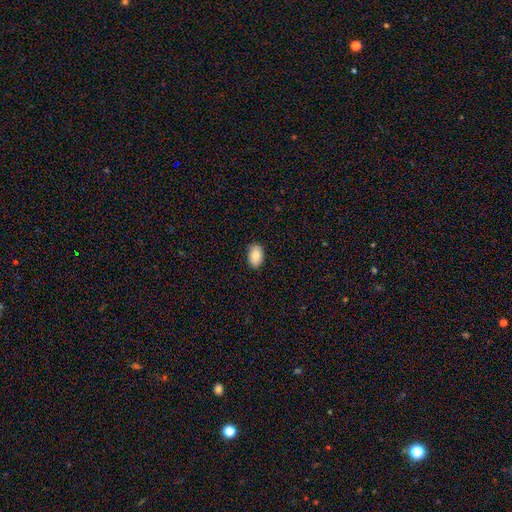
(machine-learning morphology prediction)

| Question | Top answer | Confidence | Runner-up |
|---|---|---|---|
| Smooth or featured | smooth | 86% | featured or disk (7%) |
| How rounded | in between | 89% | round (10%) |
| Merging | none | 86% | minor disturbance (11%) |